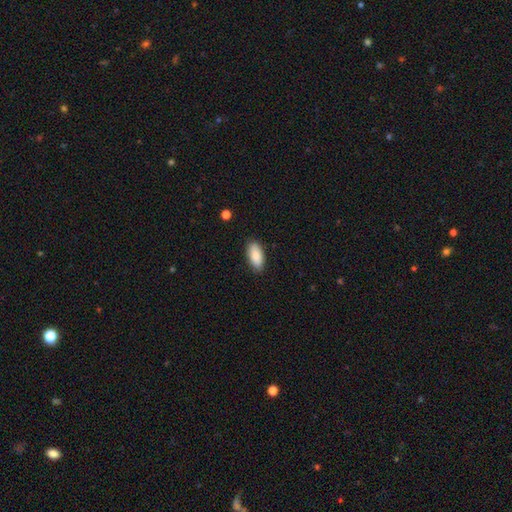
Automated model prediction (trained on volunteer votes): Overall: smooth (88%). How rounded: in between (90%). Merging: none (86%).